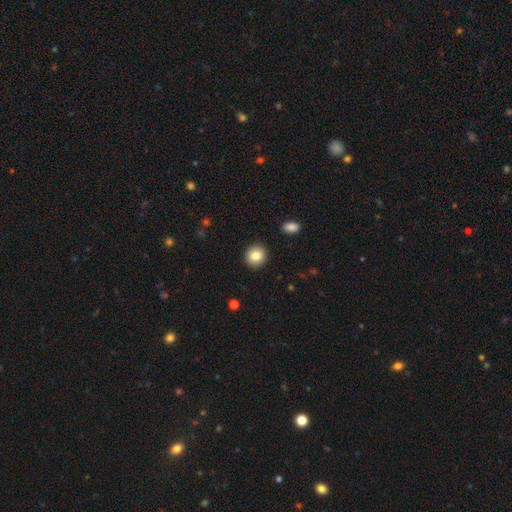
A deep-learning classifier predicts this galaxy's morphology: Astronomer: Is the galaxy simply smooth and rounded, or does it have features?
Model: smooth — 83%.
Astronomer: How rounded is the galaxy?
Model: round — 87%.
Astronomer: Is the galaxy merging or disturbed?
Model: none — 92%.